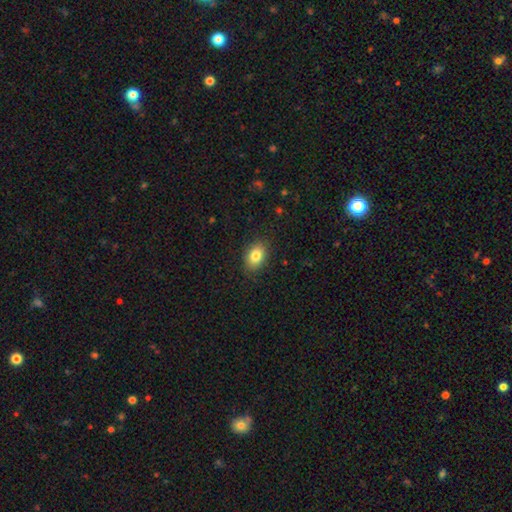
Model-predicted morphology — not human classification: The model was most divided on "how rounded": in between: 79%, round: 20%, cigar-shaped: 1%. More confident: merging — none (86%); smooth or featured — smooth (82%).